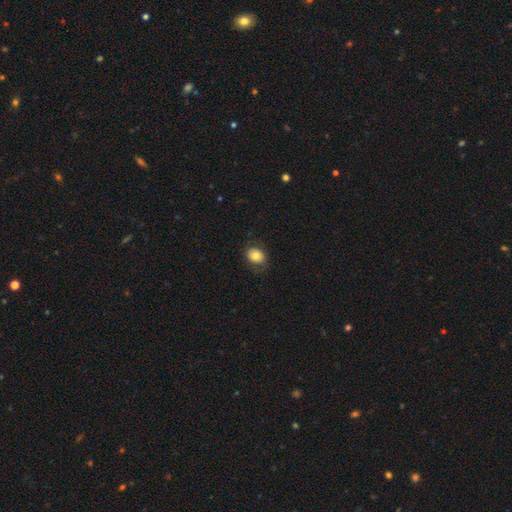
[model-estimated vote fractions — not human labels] Morphology: type=smooth (75%); roundness=round (51%); merging=none (77%).